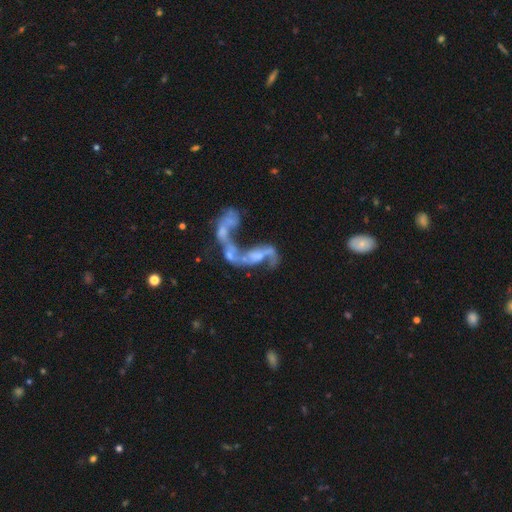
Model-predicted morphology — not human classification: smooth-or-featured: featured or disk: 77% | smooth: 12% | star or artifact: 11%
  disk-edge-on: no: 95% | yes: 5%
    bar: no: 58% | weak: 29% | strong: 13%
    has-spiral-arms: yes: 66% | no: 34%
    bulge-size: none: 47% | small: 29% | moderate: 19% | large: 4% | dominant: 2%
  merging: merger: 62% | major disturbance: 19% | none: 12% | minor disturbance: 6%